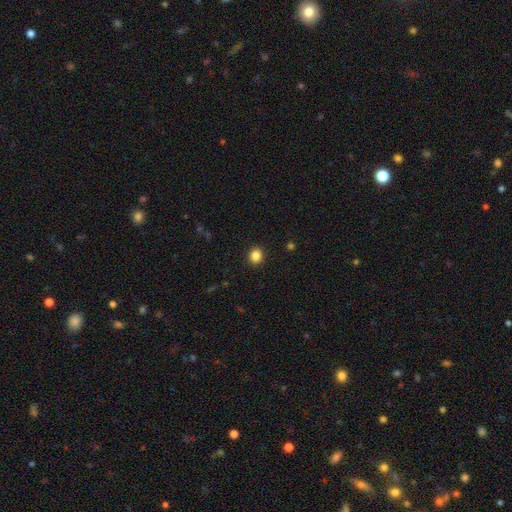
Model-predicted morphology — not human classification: Q: Smooth or featured?
A: smooth (85%); runner-up: star or artifact (11%)
Q: How rounded?
A: round (78%); runner-up: in between (22%)
Q: Merging?
A: none (92%); runner-up: minor disturbance (6%)